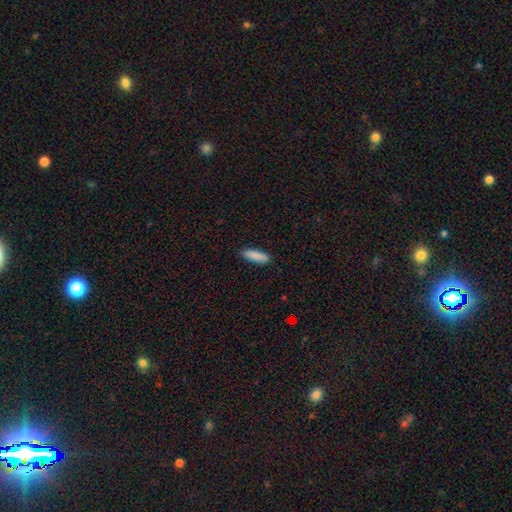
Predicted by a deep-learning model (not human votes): Smooth or featured? smooth (88%)
How rounded? cigar-shaped (63%)
Merging? none (85%)